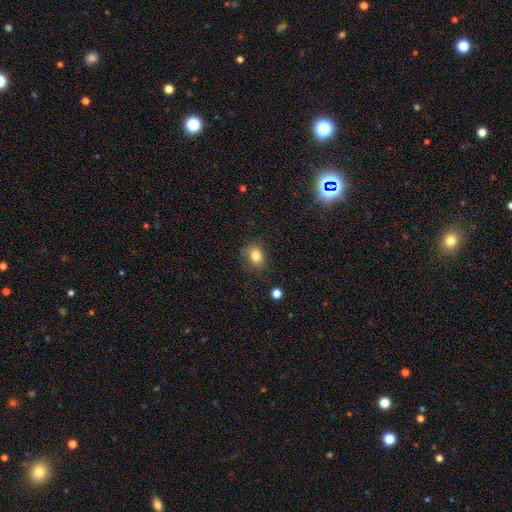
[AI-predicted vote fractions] Smooth or featured: smooth — 81% (star or artifact — 12%)
How rounded: round — 54% (in between — 45%)
Merging: none — 78% (minor disturbance — 16%)